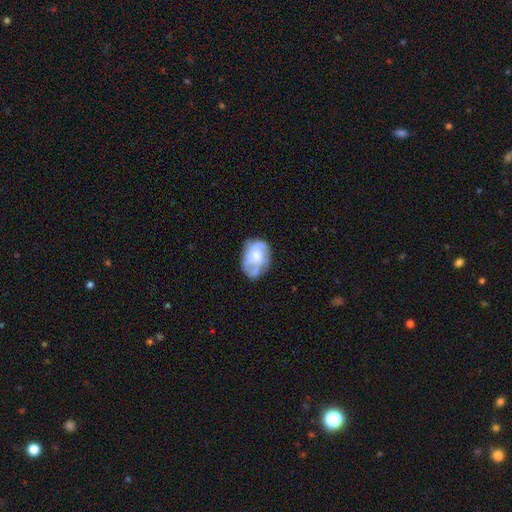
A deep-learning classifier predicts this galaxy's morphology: smooth_or_featured: featured or disk (p=0.55) [alt: smooth p=0.38]
disk_edge_on: no (p=0.97) [alt: yes p=0.03]
bar: no (p=0.78) [alt: weak p=0.19]
has_spiral_arms: yes (p=0.60) [alt: no p=0.40]
bulge_size: moderate (p=0.46) [alt: small p=0.32]
merging: none (p=0.51) [alt: minor disturbance p=0.30]